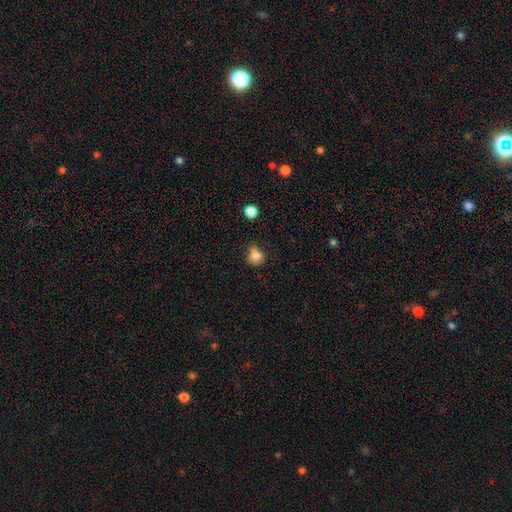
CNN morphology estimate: smooth 81%, star or artifact 11%, featured or disk 8%. Down the decision tree: how rounded — round (84%); merging — none (66%).